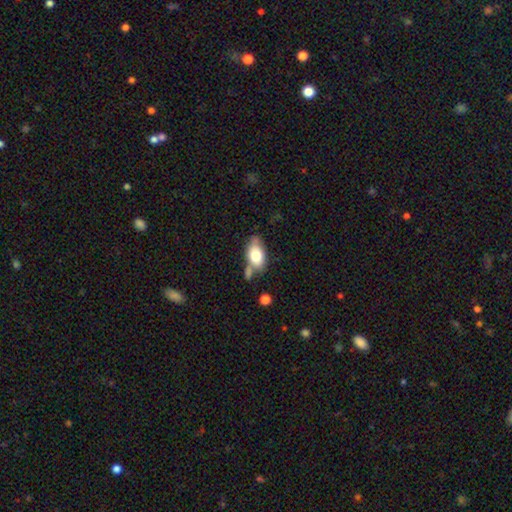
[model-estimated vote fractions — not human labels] The model was most divided on "merging": none: 51%, minor disturbance: 23%, merger: 18%, major disturbance: 8%. More confident: how rounded — in between (89%); smooth or featured — smooth (73%).